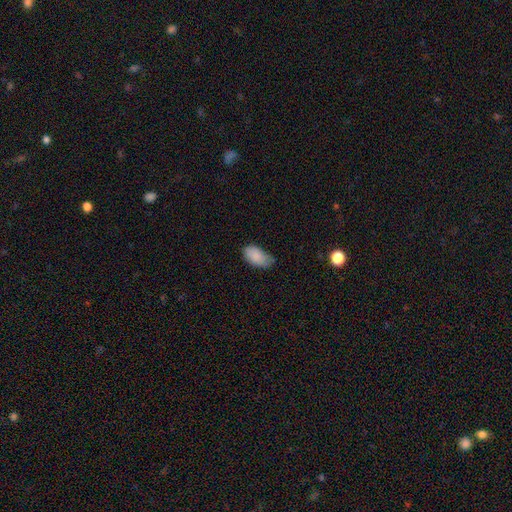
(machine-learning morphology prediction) smooth 86%, star or artifact 7%, featured or disk 7%. Down the decision tree: how rounded — in between (94%); merging — none (51%).